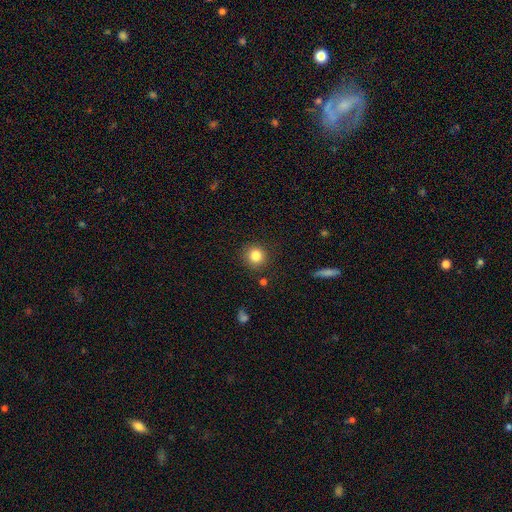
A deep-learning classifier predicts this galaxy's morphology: smooth-or-featured: smooth: 84% | star or artifact: 11% | featured or disk: 6%
  how-rounded: round: 92% | in between: 7% | cigar-shaped: 1%
  merging: none: 89% | minor disturbance: 7% | major disturbance: 2% | merger: 2%